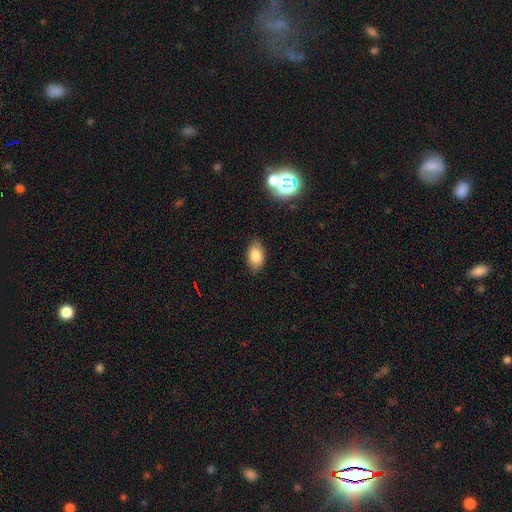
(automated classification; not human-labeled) This is clearly a smooth galaxy (82%). How rounded: clearly in between (92%). Merging: clearly none (86%).